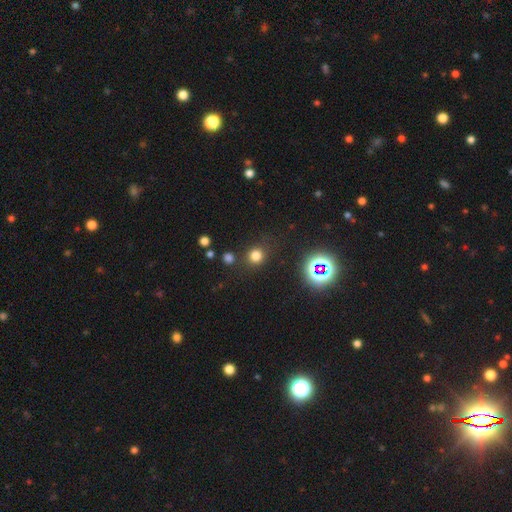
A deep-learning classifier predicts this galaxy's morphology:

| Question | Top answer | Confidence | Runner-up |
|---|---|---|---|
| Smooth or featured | smooth | 74% | star or artifact (21%) |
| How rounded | round | 87% | in between (12%) |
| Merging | none | 83% | minor disturbance (9%) |